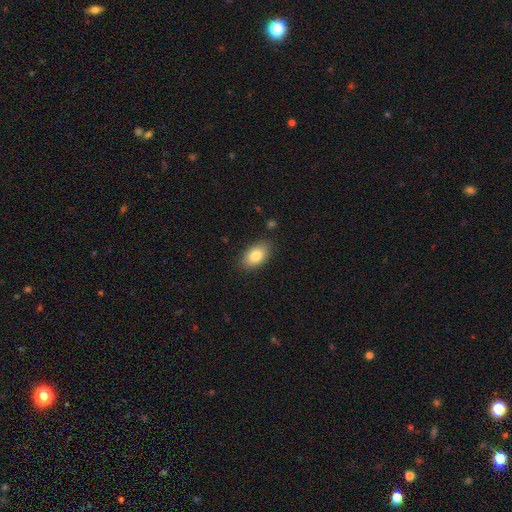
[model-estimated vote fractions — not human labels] Smooth or featured? Predicted: smooth (p=0.82). How rounded? Predicted: in between (p=0.91). Merging? Predicted: none (p=0.85).